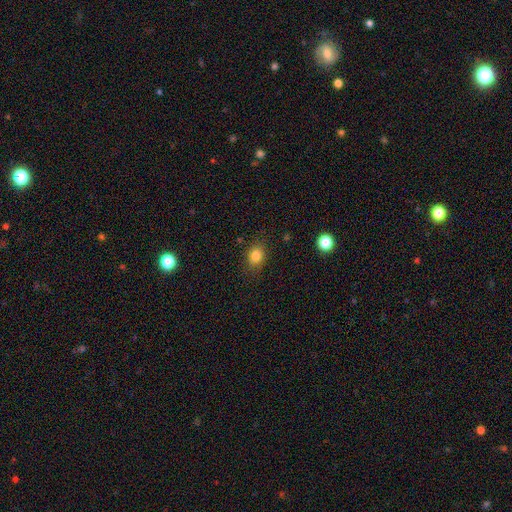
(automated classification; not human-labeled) A smooth galaxy with no disk features (83%) that is in between round and cigar-shaped (52%).

Vote fractions:
- Smooth or featured? smooth: 83% / star or artifact: 11% / featured or disk: 6%
- How rounded? in between: 52% / round: 47% / cigar-shaped: 1%
- Merging? none: 83% / minor disturbance: 12% / major disturbance: 4% / merger: 1%